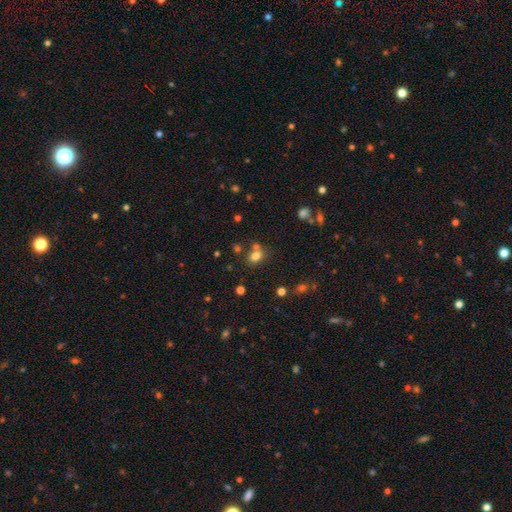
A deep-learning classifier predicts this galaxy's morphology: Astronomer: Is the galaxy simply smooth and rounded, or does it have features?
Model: smooth — 77%.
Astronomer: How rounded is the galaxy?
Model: in between — 64%.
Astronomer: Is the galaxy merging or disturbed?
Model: none — 57%.